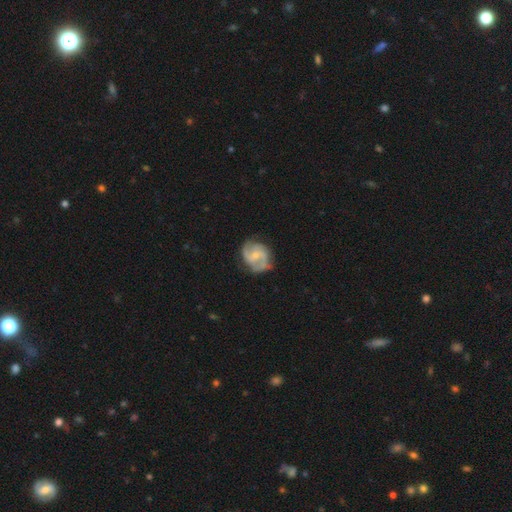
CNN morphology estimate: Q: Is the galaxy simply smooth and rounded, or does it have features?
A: featured or disk — 82%.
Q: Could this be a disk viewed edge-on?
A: no — 98%.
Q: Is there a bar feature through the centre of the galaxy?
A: weak — 46%.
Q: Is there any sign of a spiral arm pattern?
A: yes — 95%.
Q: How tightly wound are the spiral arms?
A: medium — 54%.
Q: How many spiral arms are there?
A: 2 — 78%.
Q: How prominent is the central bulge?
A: small — 61%.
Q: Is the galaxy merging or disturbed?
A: none — 69%.